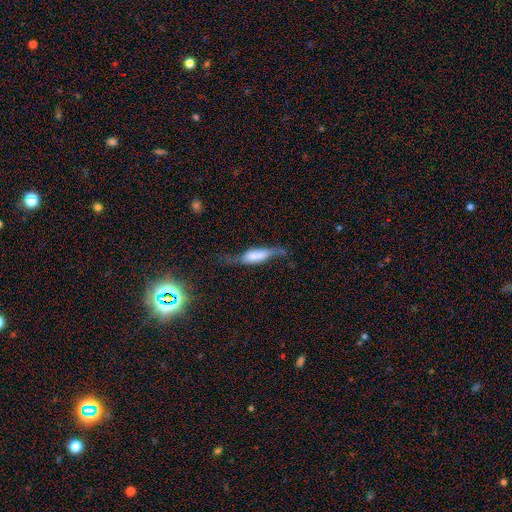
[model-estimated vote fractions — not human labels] featured or disk 48%, smooth 44%, star or artifact 8%. Down the decision tree: merging — none (38%).